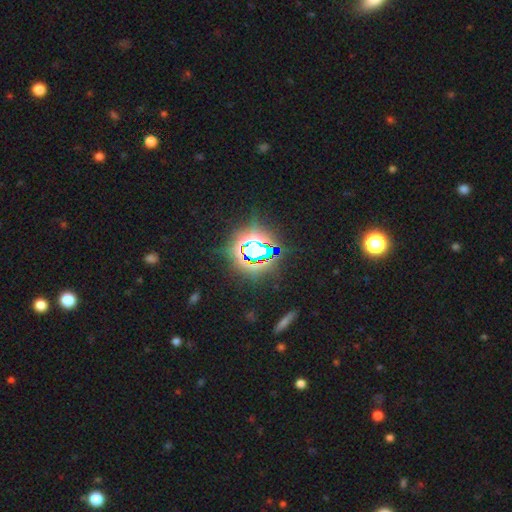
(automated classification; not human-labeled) Smooth or featured?
  - star or artifact: 78% *
  - smooth: 13%
  - featured or disk: 10%